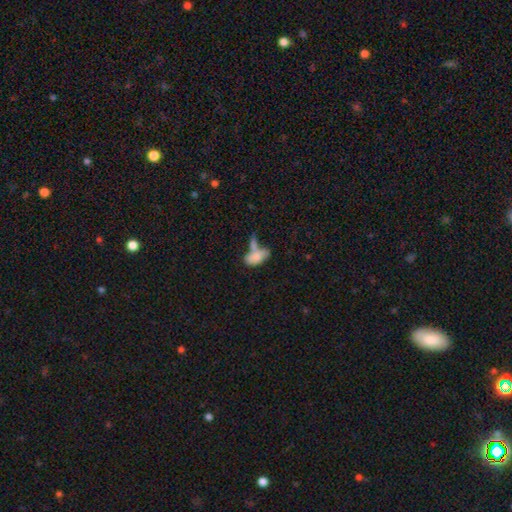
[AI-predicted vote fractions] A smooth galaxy with no disk features (78%) that is in between round and cigar-shaped (90%). Merging: merger (45%).